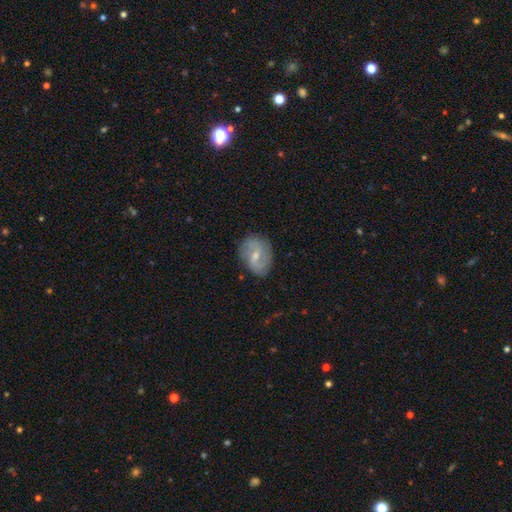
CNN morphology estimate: Smooth or featured? Predicted: featured or disk (p=0.69). Edge-on disk? Predicted: no (p=0.97). Bar? Predicted: weak (p=0.55). Spiral arms? Predicted: yes (p=0.86). Spiral winding? Predicted: medium (p=0.42). Spiral arm count? Predicted: 2 (p=0.76). Bulge size? Predicted: small (p=0.49). Merging? Predicted: none (p=0.77).